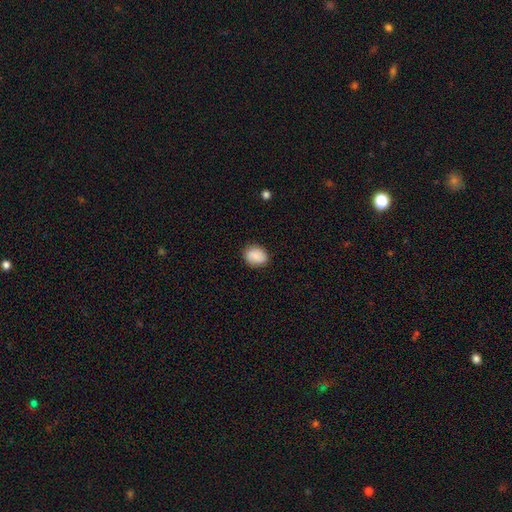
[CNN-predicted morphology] smooth_or_featured: smooth (p=0.81) [alt: featured or disk p=0.11]
how_rounded: round (p=0.50) [alt: in between p=0.49]
merging: none (p=0.84) [alt: minor disturbance p=0.12]